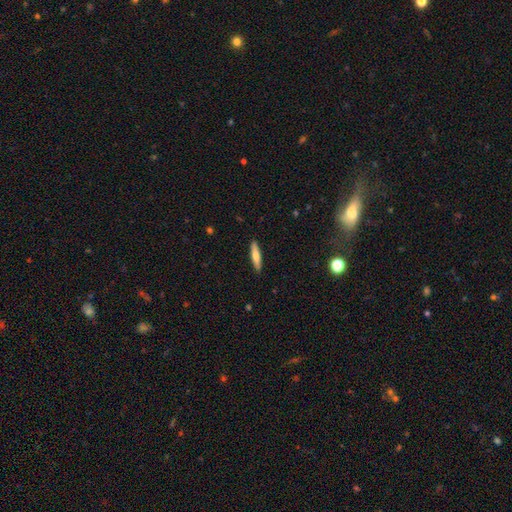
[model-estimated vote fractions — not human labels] smooth_or_featured: smooth (p=0.68) [alt: featured or disk p=0.26]
how_rounded: cigar-shaped (p=0.85) [alt: in between p=0.14]
merging: none (p=0.90) [alt: minor disturbance p=0.07]